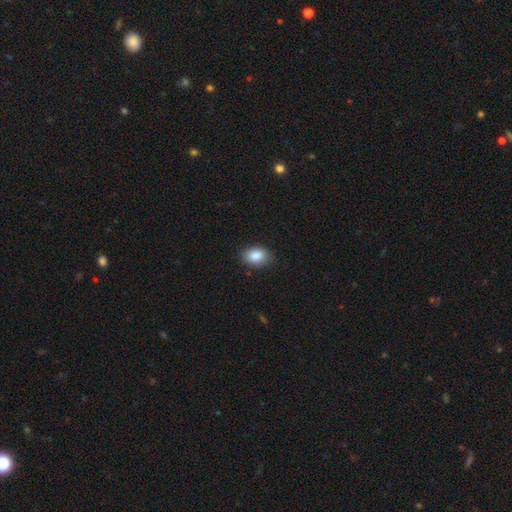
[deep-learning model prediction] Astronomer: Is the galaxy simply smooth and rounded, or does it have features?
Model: smooth — 88%.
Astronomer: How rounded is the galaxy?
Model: in between — 82%.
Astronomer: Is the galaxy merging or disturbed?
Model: none — 84%.